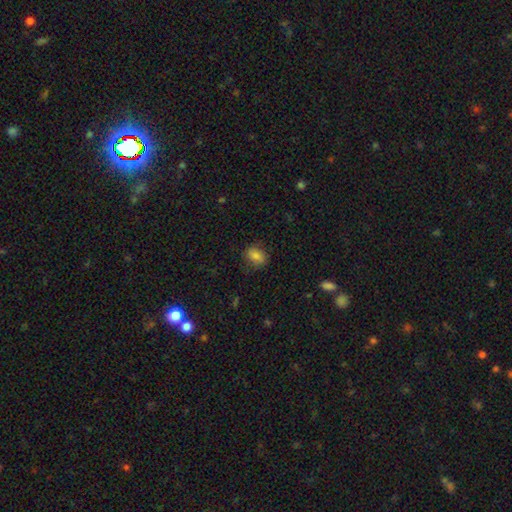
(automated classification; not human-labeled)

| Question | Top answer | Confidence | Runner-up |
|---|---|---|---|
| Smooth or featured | smooth | 81% | star or artifact (10%) |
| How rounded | in between | 68% | round (30%) |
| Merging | none | 79% | minor disturbance (16%) |